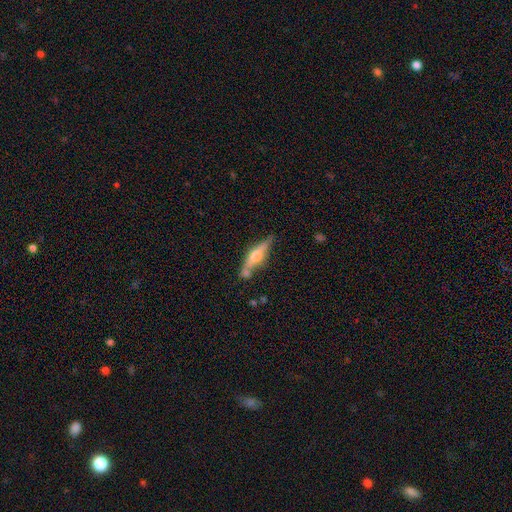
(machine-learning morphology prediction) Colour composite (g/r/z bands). It shows a featured or disk galaxy (64%) viewed edge-on (94%) with a rounded central bulge (93%). Merging: none (71%).